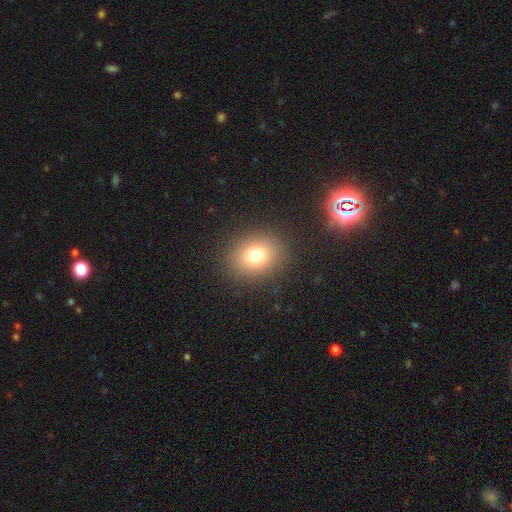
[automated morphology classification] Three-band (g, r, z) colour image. It shows a smooth galaxy with no disk features (76%) that is round (59%). Merging: none (87%).